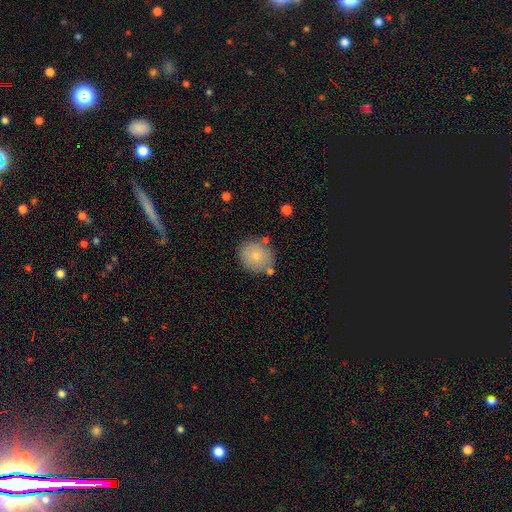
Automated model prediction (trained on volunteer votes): Smooth or featured?
  - smooth: 77% *
  - featured or disk: 15%
  - star or artifact: 8%
How rounded?
  - round: 72% *
  - in between: 27%
  - cigar-shaped: 1%
Merging?
  - none: 76% *
  - minor disturbance: 14%
  - merger: 6%
  - major disturbance: 3%